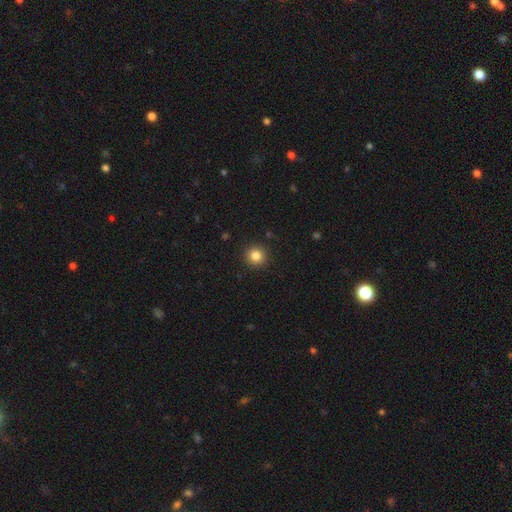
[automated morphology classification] type=smooth (84%); roundness=round (93%); merging=none (92%).